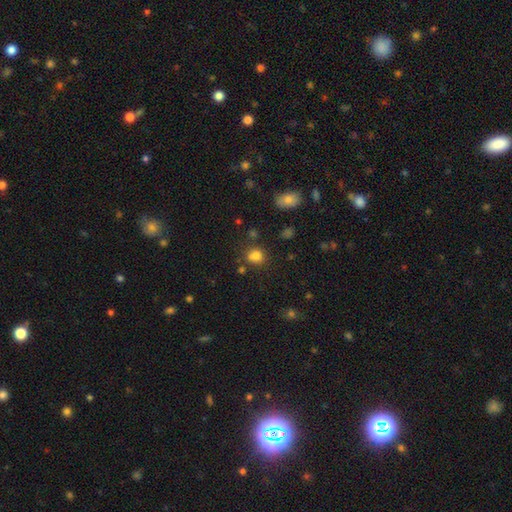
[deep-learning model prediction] smooth_or_featured: smooth (p=0.78) [alt: star or artifact p=0.15]
how_rounded: round (p=0.68) [alt: in between p=0.31]
merging: none (p=0.67) [alt: minor disturbance p=0.15]